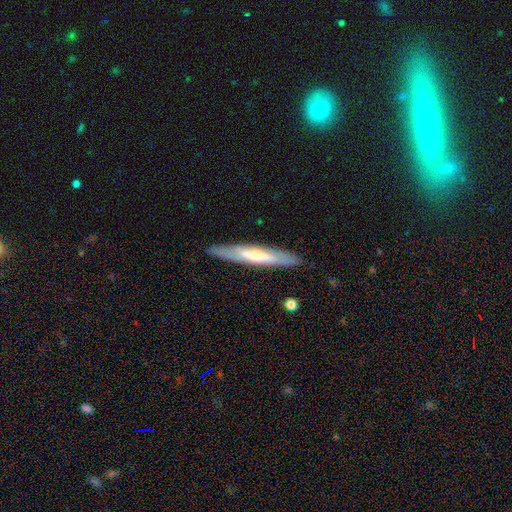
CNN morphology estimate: A featured or disk galaxy (60%) viewed edge-on (72%).

Vote fractions:
- Smooth or featured? featured or disk: 60% / smooth: 35% / star or artifact: 6%
- Edge-on disk? yes: 72% / no: 28%
- Merging? none: 87% / minor disturbance: 10% / major disturbance: 2% / merger: 1%